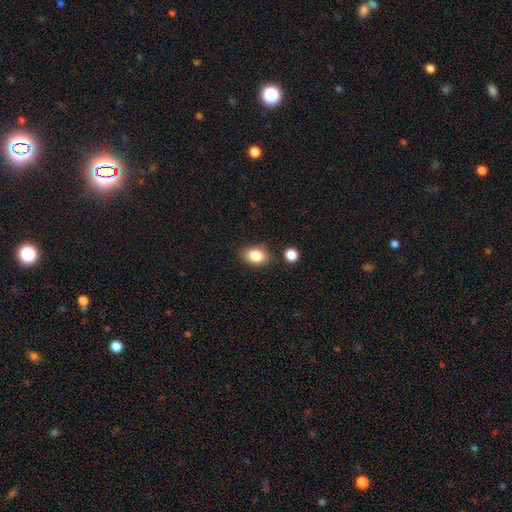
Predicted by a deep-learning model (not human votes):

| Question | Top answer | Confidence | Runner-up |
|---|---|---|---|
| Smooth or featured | smooth | 84% | star or artifact (9%) |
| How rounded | in between | 81% | round (17%) |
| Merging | none | 79% | minor disturbance (13%) |